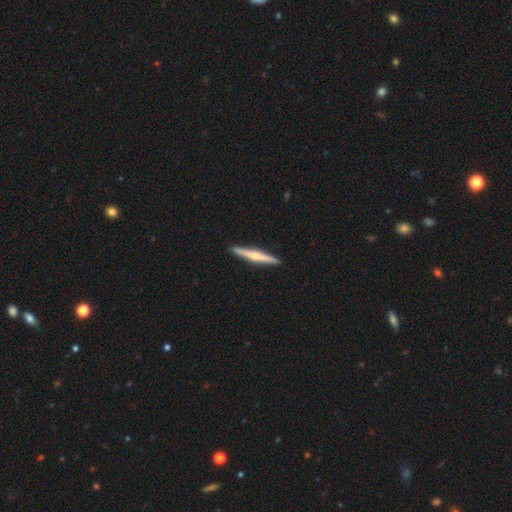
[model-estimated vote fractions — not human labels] Smooth or featured: featured or disk — 61% (smooth — 34%)
Edge-on disk: yes — 98% (no — 2%)
Edge-on bulge: rounded — 75% (none — 15%)
Merging: none — 92% (minor disturbance — 5%)